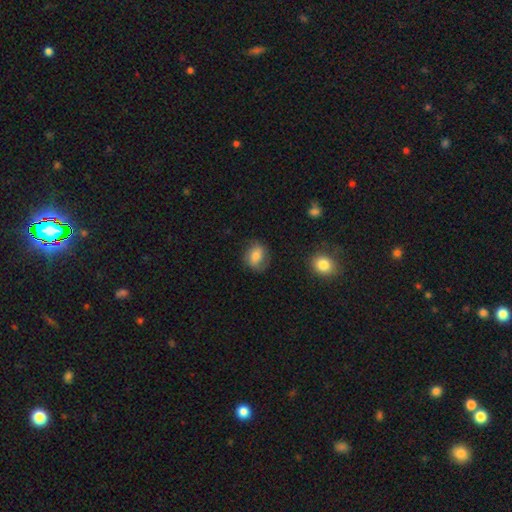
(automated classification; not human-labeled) smooth 73%, featured or disk 18%, star or artifact 9%. Down the decision tree: how rounded — in between (53%); merging — none (75%).